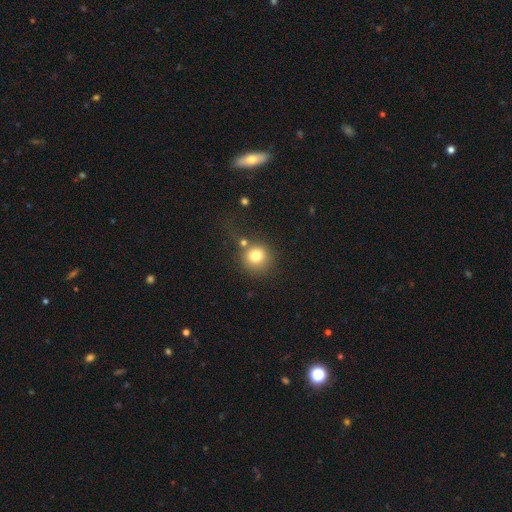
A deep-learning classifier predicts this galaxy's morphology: smooth 78%, star or artifact 12%, featured or disk 10%. Down the decision tree: how rounded — round (90%); merging — none (65%).